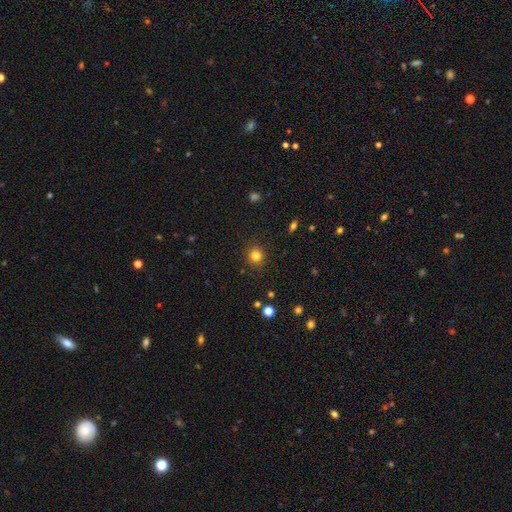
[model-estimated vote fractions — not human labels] Smooth or featured?
  - smooth: 82% *
  - star or artifact: 13%
  - featured or disk: 5%
How rounded?
  - round: 89% *
  - in between: 10%
  - cigar-shaped: 1%
Merging?
  - none: 89% *
  - minor disturbance: 7%
  - major disturbance: 2%
  - merger: 1%